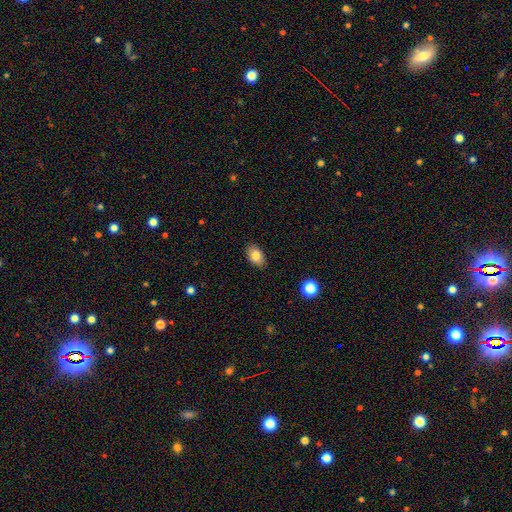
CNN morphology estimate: Q: Smooth or featured?
A: smooth (82%); runner-up: featured or disk (10%)
Q: How rounded?
A: in between (87%); runner-up: round (11%)
Q: Merging?
A: none (88%); runner-up: minor disturbance (9%)